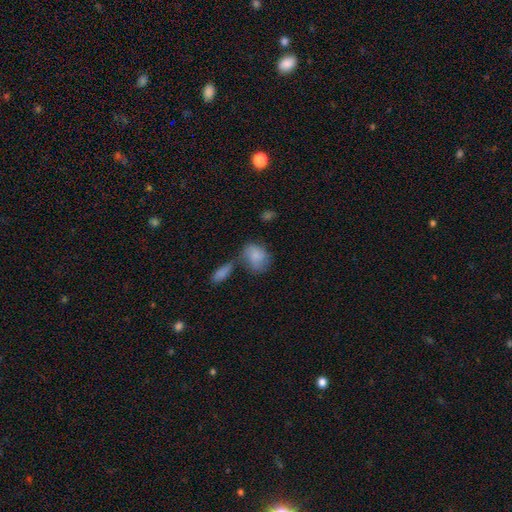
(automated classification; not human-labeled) Overall: smooth (78%). How rounded: in between (62%; round 37%). Merging: none (39%; merger 29%).